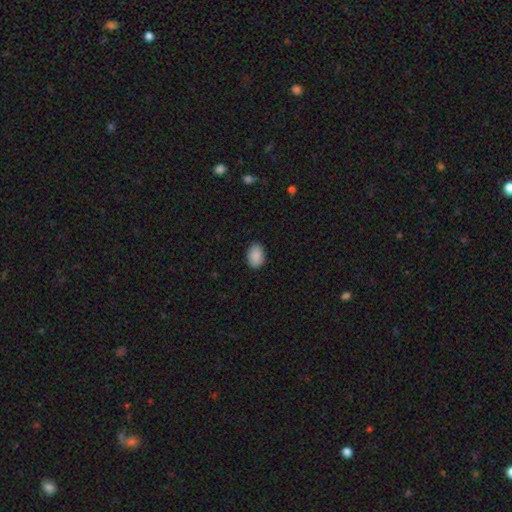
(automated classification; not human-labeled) Overall: smooth (89%). How rounded: in between (82%). Merging: none (86%).